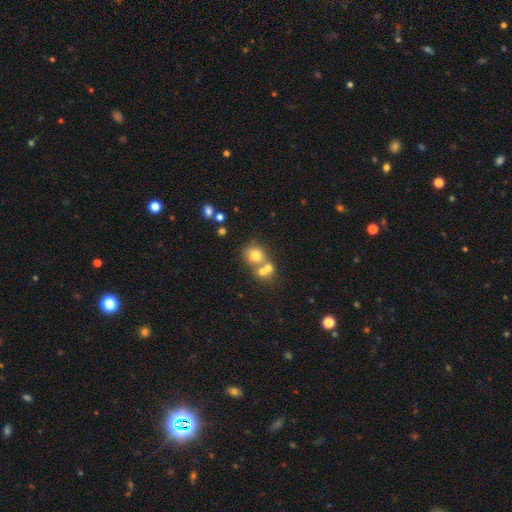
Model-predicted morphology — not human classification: A smooth galaxy with no disk features (69%) that is round (75%). Merging: merger (47%).